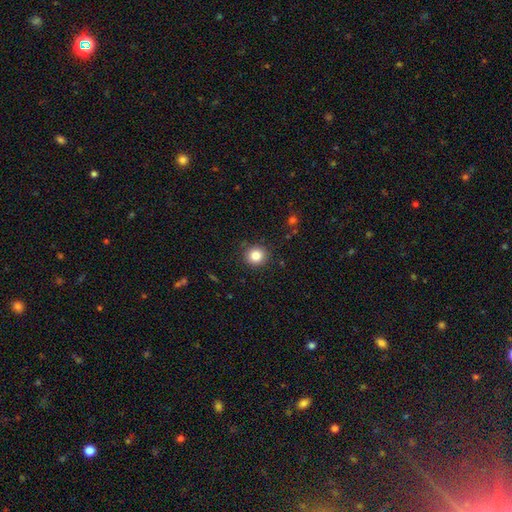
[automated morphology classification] Q: Smooth or featured?
A: smooth (84%); runner-up: star or artifact (11%)
Q: How rounded?
A: round (90%); runner-up: in between (9%)
Q: Merging?
A: none (89%); runner-up: minor disturbance (7%)